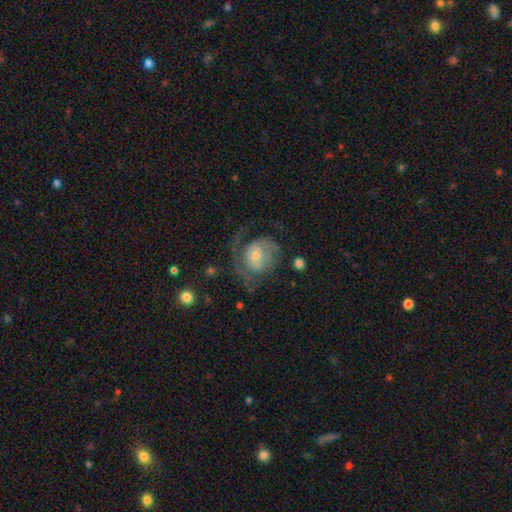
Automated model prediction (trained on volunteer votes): A featured or disk galaxy (75%) with no bar (66%), 2 (41%) medium (40%) spiral arms (88%) and a small central bulge (58%).

Vote fractions:
- Smooth or featured? featured or disk: 75% / smooth: 19% / star or artifact: 6%
- Edge-on disk? no: 97% / yes: 3%
- Bar? no: 66% / weak: 28% / strong: 6%
- Spiral arms? yes: 88% / no: 12%
- Spiral winding? medium: 40% / tight: 37% / loose: 24%
- Spiral arm count? 2: 41% / 1: 25% / can't tell: 19% / 3: 9% / 4: 3% / more than 4: 3%
- Bulge size? small: 58% / moderate: 36% / large: 3% / none: 2% / dominant: 1%
- Merging? none: 45% / major disturbance: 34% / minor disturbance: 18% / merger: 3%